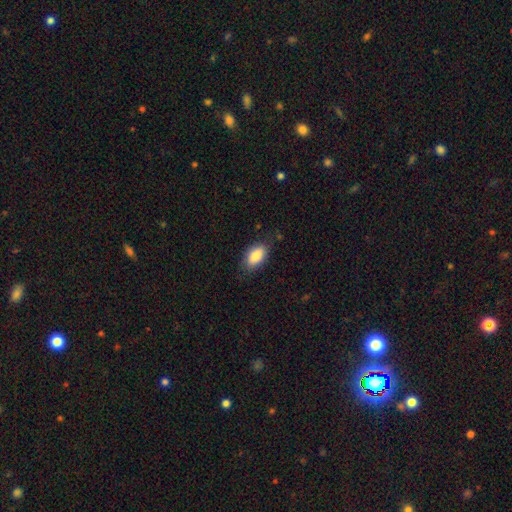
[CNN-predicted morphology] Q: Smooth or featured?
A: smooth (87%); runner-up: star or artifact (7%)
Q: How rounded?
A: in between (92%); runner-up: round (5%)
Q: Merging?
A: none (80%); runner-up: minor disturbance (15%)